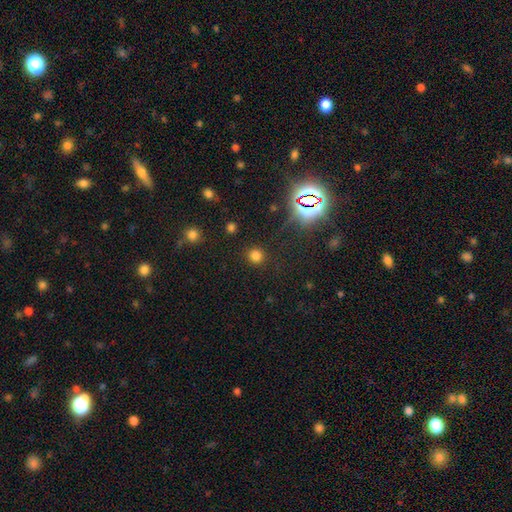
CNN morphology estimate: smooth_or_featured: smooth (p=0.75) [alt: star or artifact p=0.20]
how_rounded: round (p=0.89) [alt: in between p=0.10]
merging: none (p=0.87) [alt: minor disturbance p=0.07]